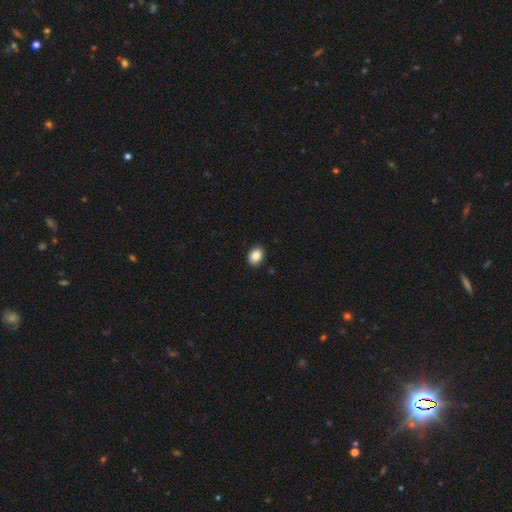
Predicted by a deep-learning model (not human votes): Smooth or featured? smooth (87%)
How rounded? in between (65%)
Merging? none (91%)